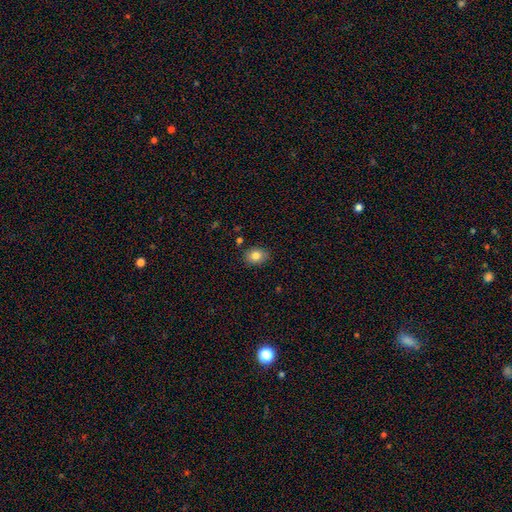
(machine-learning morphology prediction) Overall: smooth (83%). How rounded: in between (62%; round 37%). Merging: none (84%).